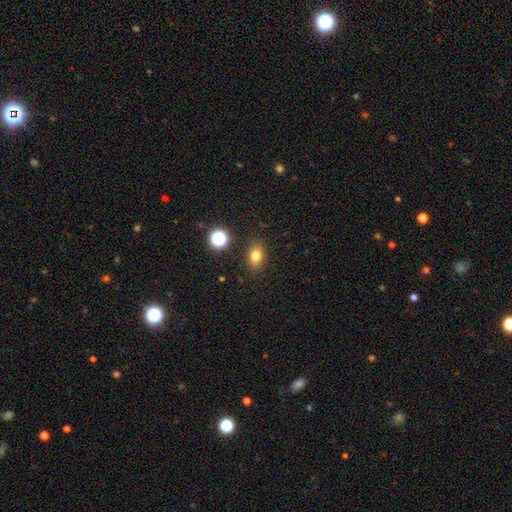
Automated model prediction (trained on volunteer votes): Overall: smooth (77%). How rounded: in between (76%). Merging: none (86%).